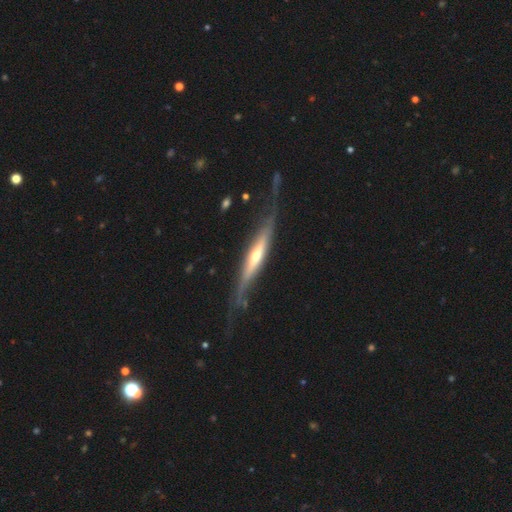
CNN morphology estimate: Overall: featured or disk (77%). Edge-on disk: yes (81%). Edge-on bulge: rounded (76%). Merging: none (56%; minor disturbance 24%).